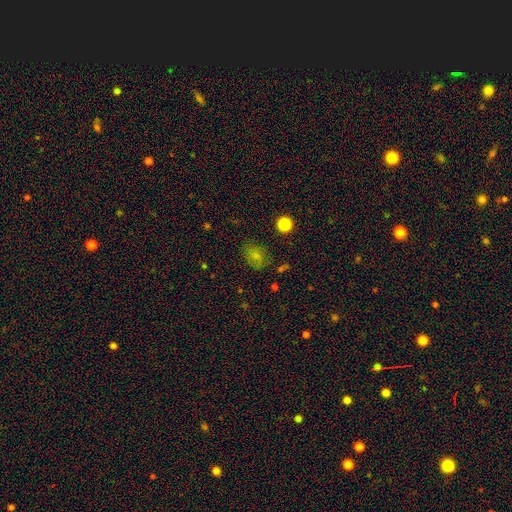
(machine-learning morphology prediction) smooth-or-featured: smooth: 72% | star or artifact: 18% | featured or disk: 10%
  how-rounded: in between: 55% | round: 43% | cigar-shaped: 1%
  merging: none: 72% | minor disturbance: 18% | major disturbance: 7% | merger: 3%